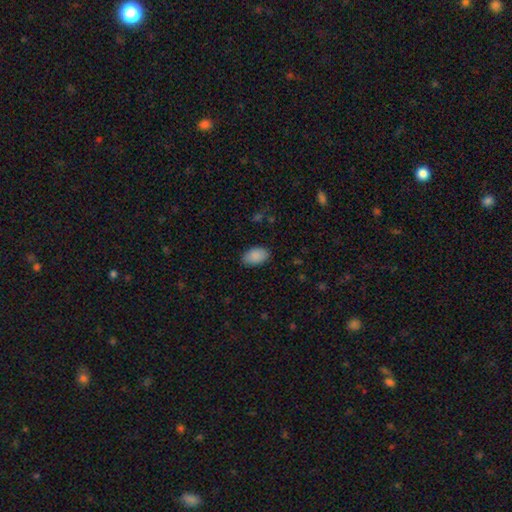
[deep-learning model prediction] Q: Smooth or featured?
A: smooth (89%); runner-up: star or artifact (7%)
Q: How rounded?
A: in between (92%); runner-up: round (7%)
Q: Merging?
A: none (85%); runner-up: minor disturbance (11%)